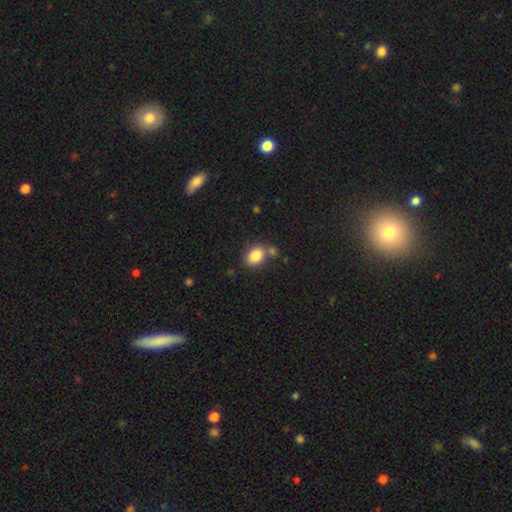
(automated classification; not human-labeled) Overall: smooth (84%). How rounded: in between (68%; round 31%). Merging: none (66%).